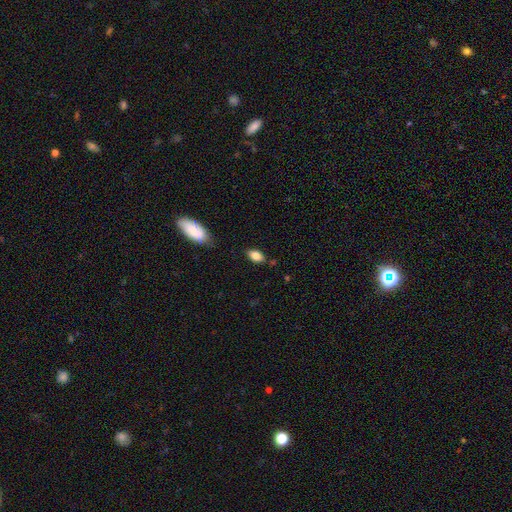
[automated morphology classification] Smooth or featured? smooth (83%)
How rounded? in between (89%)
Merging? none (78%)